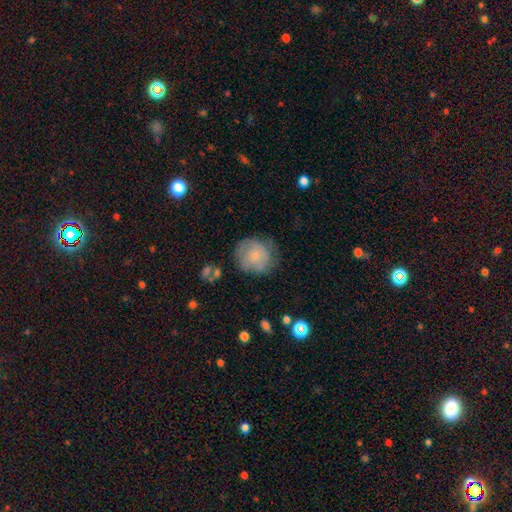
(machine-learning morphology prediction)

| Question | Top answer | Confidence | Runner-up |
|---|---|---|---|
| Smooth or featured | smooth | 64% | featured or disk (29%) |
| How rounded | round | 83% | in between (16%) |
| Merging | none | 62% | minor disturbance (26%) |